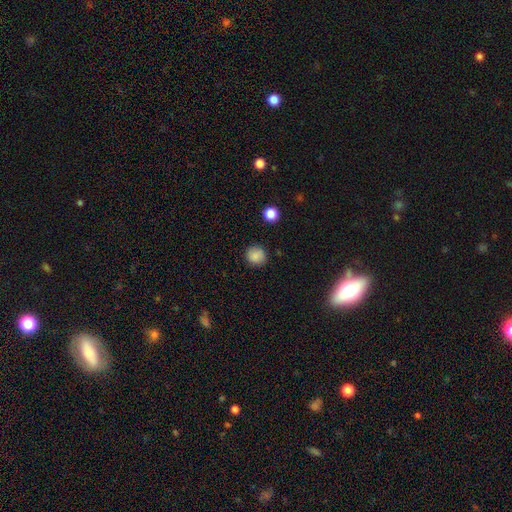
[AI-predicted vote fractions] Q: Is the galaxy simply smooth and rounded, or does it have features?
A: smooth — 85%.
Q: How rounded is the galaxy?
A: round — 90%.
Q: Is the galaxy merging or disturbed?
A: none — 87%.